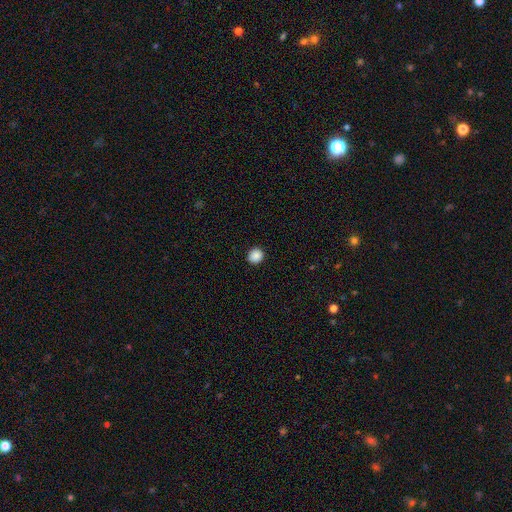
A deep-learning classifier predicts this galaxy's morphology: The model was most divided on "how rounded": round: 88%, in between: 11%, cigar-shaped: 1%. More confident: merging — none (92%); smooth or featured — smooth (89%).